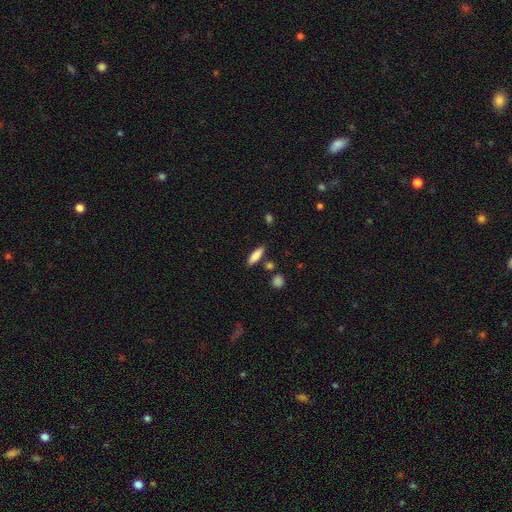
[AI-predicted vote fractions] A smooth galaxy with no disk features (83%) that is cigar-shaped (59%).

Vote fractions:
- Smooth or featured? smooth: 83% / featured or disk: 10% / star or artifact: 7%
- How rounded? cigar-shaped: 59% / in between: 39% / round: 2%
- Merging? none: 82% / minor disturbance: 11% / merger: 4% / major disturbance: 3%